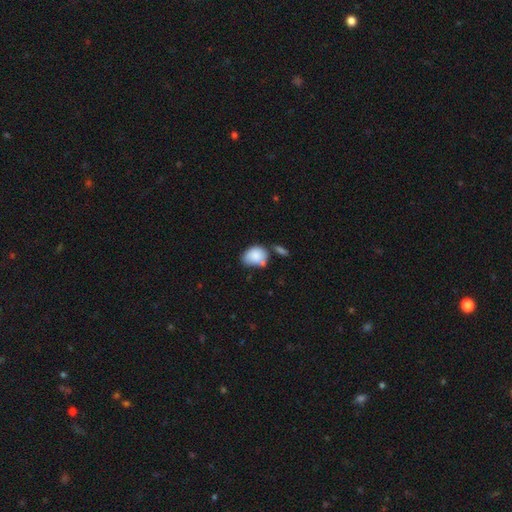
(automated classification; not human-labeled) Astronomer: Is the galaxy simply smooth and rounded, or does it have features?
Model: smooth — 85%.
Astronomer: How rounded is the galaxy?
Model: in between — 67%.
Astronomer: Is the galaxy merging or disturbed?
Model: none — 45% (runner-up: minor disturbance, 28%).